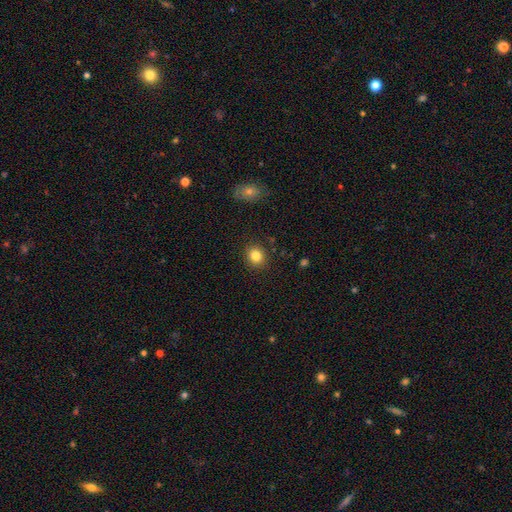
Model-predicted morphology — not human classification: A smooth galaxy with no disk features (84%) that is round (77%).

Vote fractions:
- Smooth or featured? smooth: 84% / star or artifact: 11% / featured or disk: 6%
- How rounded? round: 77% / in between: 22% / cigar-shaped: 1%
- Merging? none: 90% / minor disturbance: 7% / major disturbance: 2% / merger: 1%